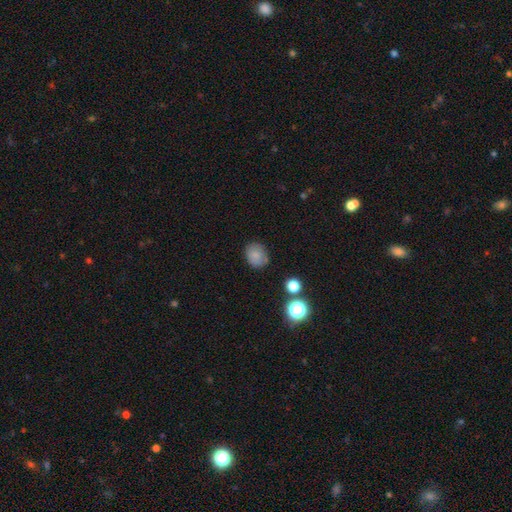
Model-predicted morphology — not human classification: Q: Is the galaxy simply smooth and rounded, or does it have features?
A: smooth — 79%.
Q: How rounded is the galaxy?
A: round — 63%.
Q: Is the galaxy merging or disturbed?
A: none — 78%.